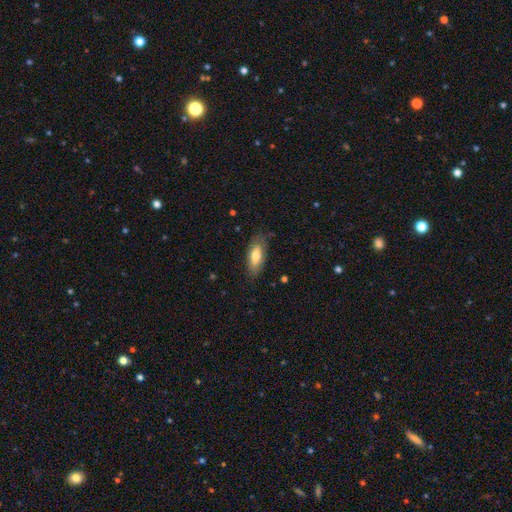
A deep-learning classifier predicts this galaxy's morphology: Smooth or featured? smooth (73%)
How rounded? in between (74%)
Merging? none (75%)